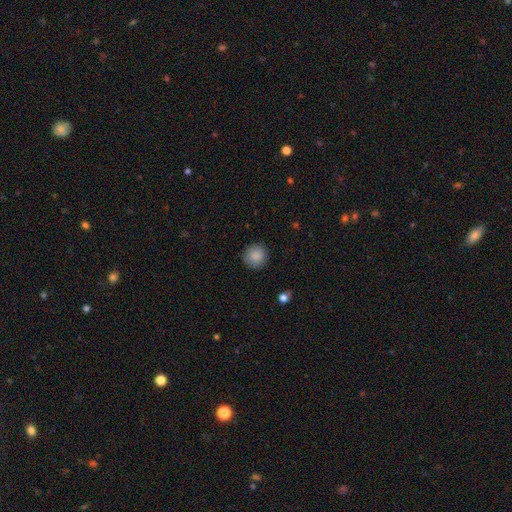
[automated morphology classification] Smooth or featured? smooth (88%)
How rounded? round (92%)
Merging? none (89%)